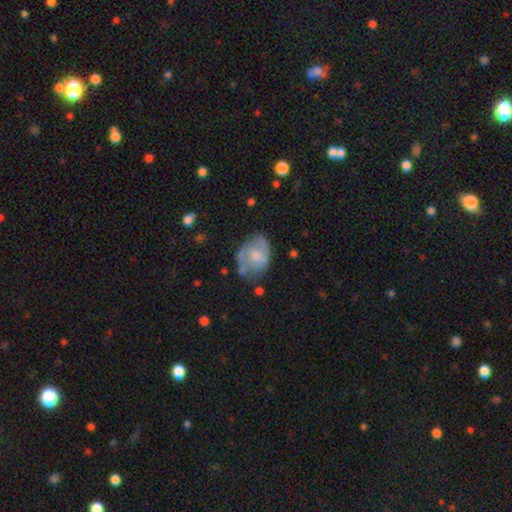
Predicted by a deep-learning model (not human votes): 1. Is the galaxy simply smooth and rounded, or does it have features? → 54% featured or disk, 39% smooth, 7% star or artifact.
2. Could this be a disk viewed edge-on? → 97% no, 3% yes.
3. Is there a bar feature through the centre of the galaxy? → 70% no, 26% weak, 4% strong.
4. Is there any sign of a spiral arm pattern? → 58% yes, 42% no.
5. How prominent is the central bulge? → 46% moderate, 27% small, 14% none, 11% large, 2% dominant.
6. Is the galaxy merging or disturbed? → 52% none, 29% minor disturbance, 15% major disturbance, 4% merger.